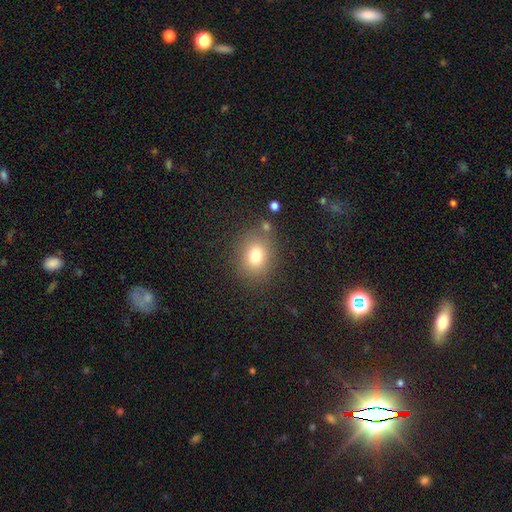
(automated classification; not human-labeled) A smooth galaxy with no disk features (78%) that is round (57%). Merging: none (79%).